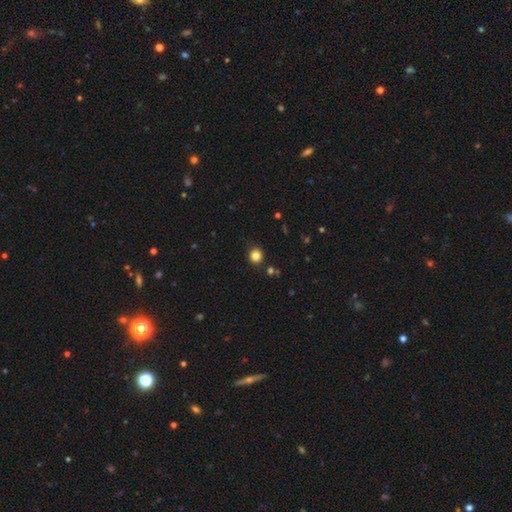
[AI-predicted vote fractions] Smooth or featured? Predicted: smooth (p=0.83). How rounded? Predicted: round (p=0.89). Merging? Predicted: none (p=0.87).